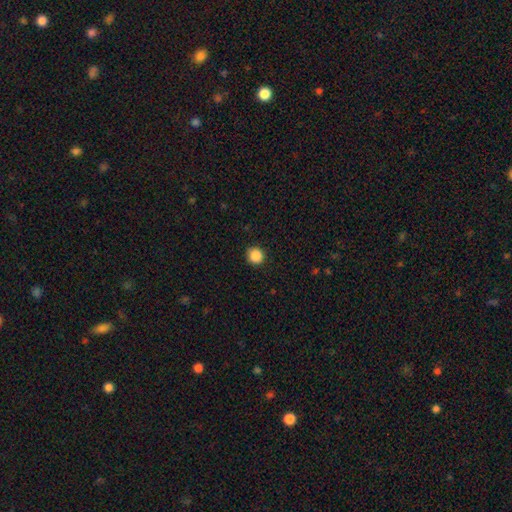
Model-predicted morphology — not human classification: Smooth or featured? smooth (88%)
How rounded? round (93%)
Merging? none (91%)